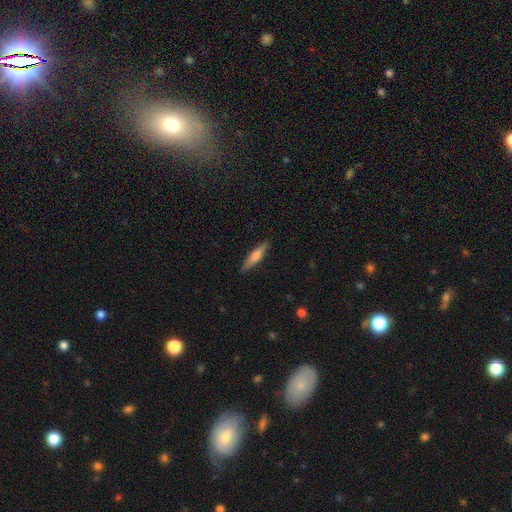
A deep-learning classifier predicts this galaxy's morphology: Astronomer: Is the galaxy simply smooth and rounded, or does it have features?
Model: smooth — 52% (runner-up: featured or disk, 42%).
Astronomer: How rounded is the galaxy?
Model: cigar-shaped — 84%.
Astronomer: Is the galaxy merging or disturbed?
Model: none — 90%.